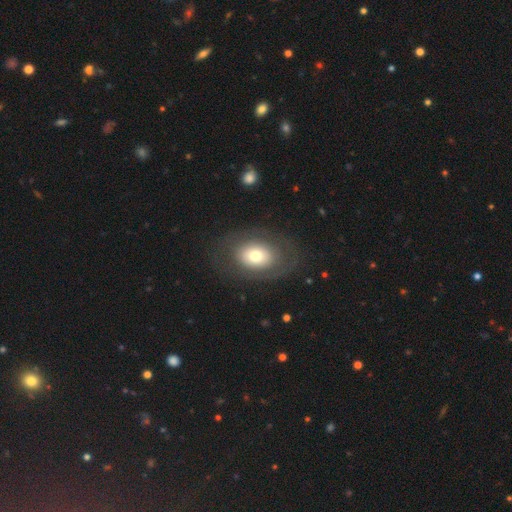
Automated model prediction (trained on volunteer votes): Smooth or featured? smooth (56%)
How rounded? in between (74%)
Merging? none (76%)